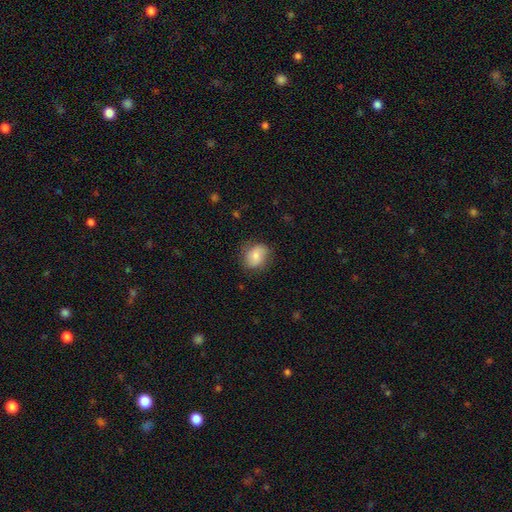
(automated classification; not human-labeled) Morphology: type=smooth (71%); roundness=round (52%); merging=none (73%).